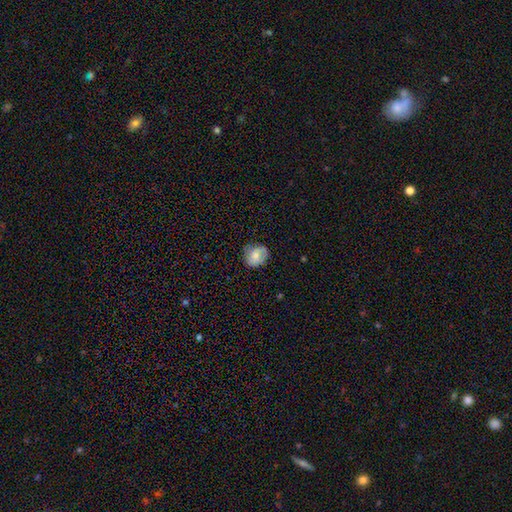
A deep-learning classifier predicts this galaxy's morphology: smooth-or-featured: smooth: 76% | featured or disk: 16% | star or artifact: 8%
  how-rounded: round: 58% | in between: 41% | cigar-shaped: 1%
  merging: none: 69% | minor disturbance: 24% | major disturbance: 5% | merger: 1%